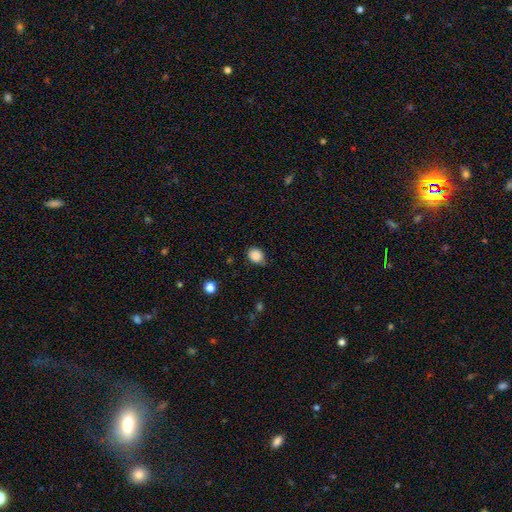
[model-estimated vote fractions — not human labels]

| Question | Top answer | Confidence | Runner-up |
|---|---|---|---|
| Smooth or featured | smooth | 87% | star or artifact (9%) |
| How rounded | round | 53% | in between (46%) |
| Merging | none | 78% | minor disturbance (18%) |